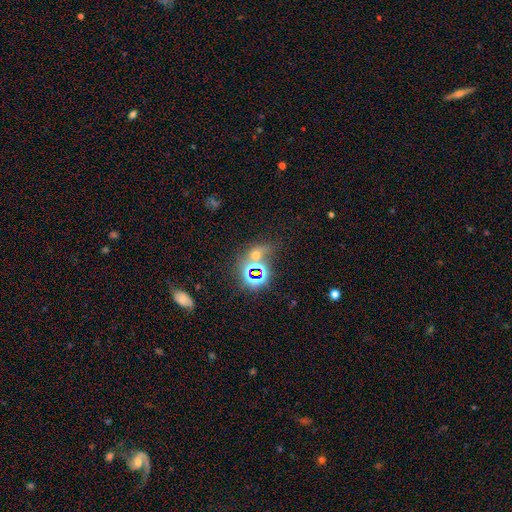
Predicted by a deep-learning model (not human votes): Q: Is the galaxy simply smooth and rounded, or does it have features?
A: star or artifact — 51%.